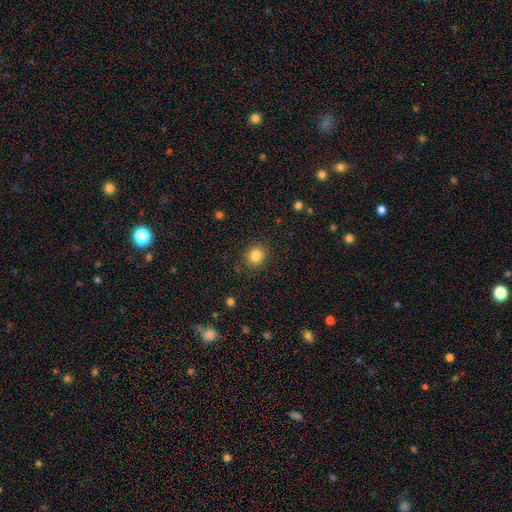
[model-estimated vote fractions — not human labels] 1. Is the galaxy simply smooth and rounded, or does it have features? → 84% smooth, 11% star or artifact, 5% featured or disk.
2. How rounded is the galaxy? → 79% round, 21% in between, 1% cigar-shaped.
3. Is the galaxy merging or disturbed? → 87% none, 9% minor disturbance, 3% major disturbance, 1% merger.